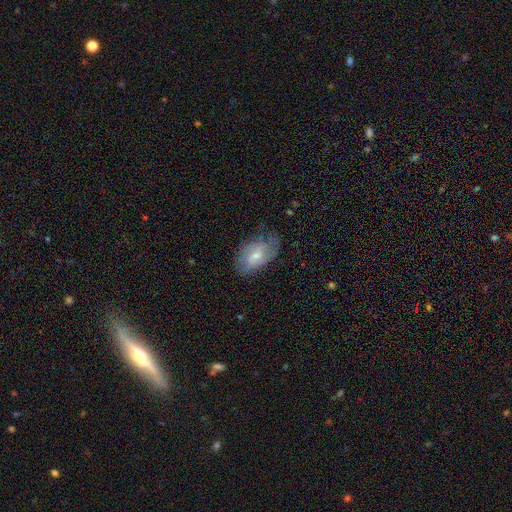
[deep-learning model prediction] Smooth or featured? Predicted: featured or disk (p=0.51). Edge-on disk? Predicted: no (p=0.95). Merging? Predicted: none (p=0.50).